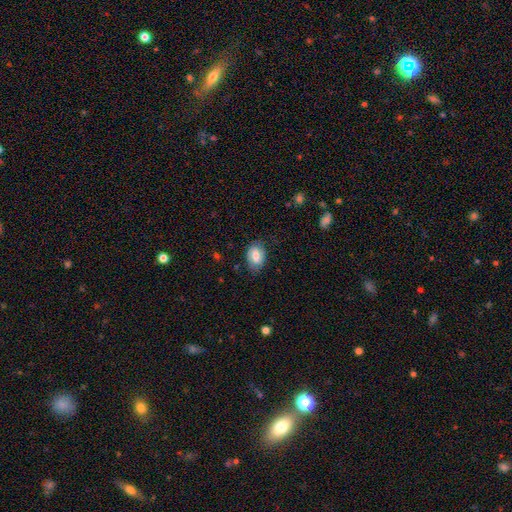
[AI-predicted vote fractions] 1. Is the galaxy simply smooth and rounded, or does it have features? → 70% smooth, 22% featured or disk, 8% star or artifact.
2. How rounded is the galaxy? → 87% in between, 11% round, 2% cigar-shaped.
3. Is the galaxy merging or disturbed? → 72% none, 21% minor disturbance, 6% major disturbance, 1% merger.